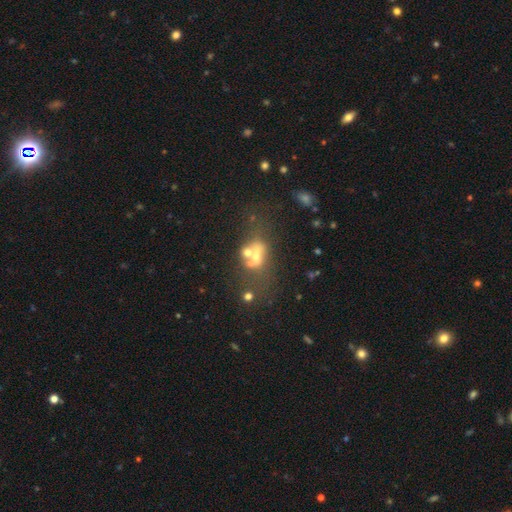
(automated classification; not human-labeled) A smooth galaxy with no disk features (40%).

Vote fractions:
- Smooth or featured? smooth: 40% / featured or disk: 36% / star or artifact: 24%
- Merging? merger: 40% / none: 32% / major disturbance: 15% / minor disturbance: 13%